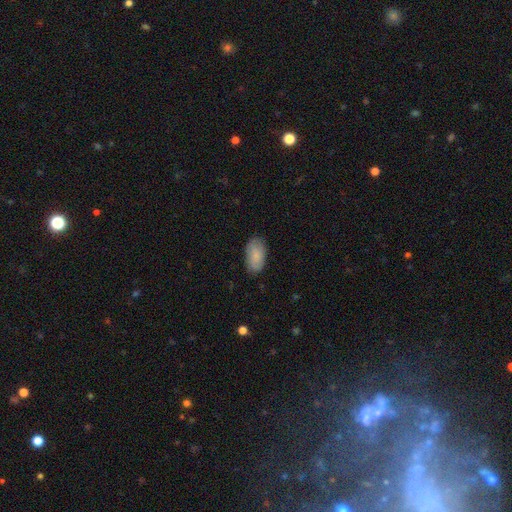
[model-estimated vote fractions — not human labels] A smooth galaxy with no disk features (82%) that is in between round and cigar-shaped (94%).

Vote fractions:
- Smooth or featured? smooth: 82% / featured or disk: 12% / star or artifact: 6%
- How rounded? in between: 94% / round: 3% / cigar-shaped: 2%
- Merging? none: 82% / minor disturbance: 15% / major disturbance: 3% / merger: 1%